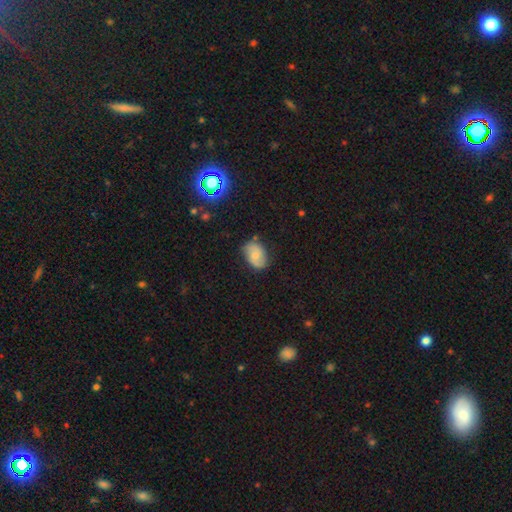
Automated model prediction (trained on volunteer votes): Smooth or featured: smooth — 54% (featured or disk — 37%)
How rounded: in between — 83% (round — 16%)
Merging: none — 71% (minor disturbance — 22%)